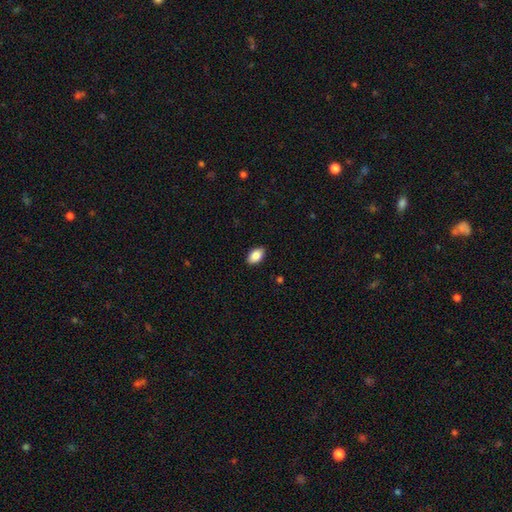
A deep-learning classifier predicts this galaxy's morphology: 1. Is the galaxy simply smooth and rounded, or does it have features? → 88% smooth, 7% star or artifact, 5% featured or disk.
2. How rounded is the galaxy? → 92% in between, 6% round, 2% cigar-shaped.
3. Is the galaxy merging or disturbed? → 88% none, 9% minor disturbance, 2% major disturbance, 1% merger.